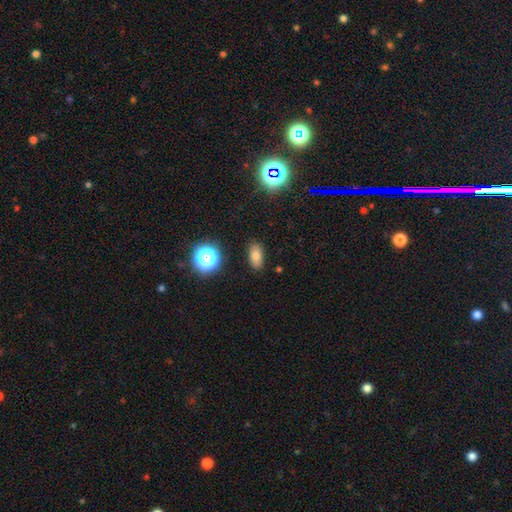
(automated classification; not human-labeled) Smooth or featured? smooth (72%)
How rounded? in between (85%)
Merging? none (87%)